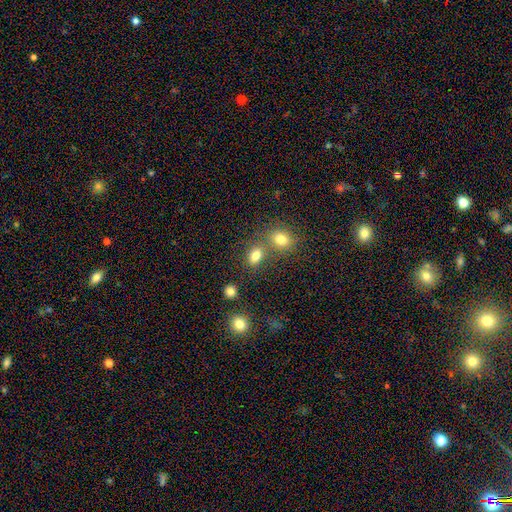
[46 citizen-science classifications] Q: Smooth or featured?
A: smooth (85%); runner-up: star or artifact (11%)
Q: How rounded?
A: in between (64%); runner-up: round (33%)
Q: Merging?
A: none (59%); runner-up: merger (29%)